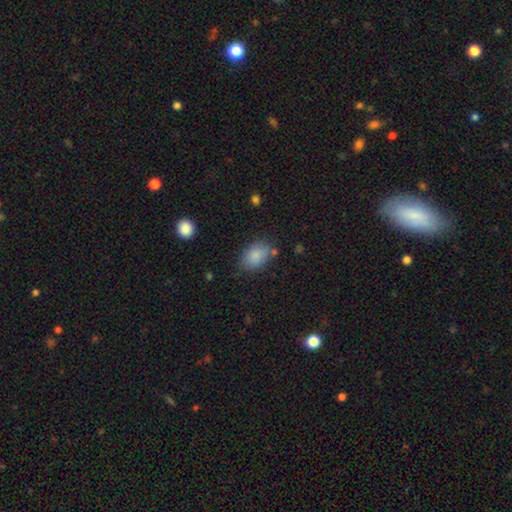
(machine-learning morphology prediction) smooth_or_featured: smooth (p=0.84) [alt: star or artifact p=0.08]
how_rounded: in between (p=0.83) [alt: round p=0.15]
merging: none (p=0.70) [alt: minor disturbance p=0.19]